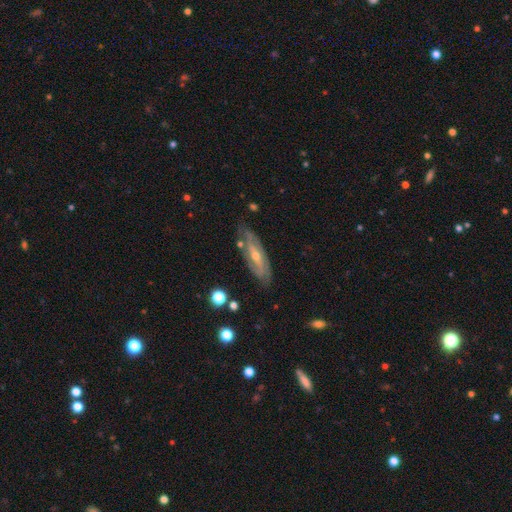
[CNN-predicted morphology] type=featured or disk (79%); edge-on=no (78%); bar=no (38%); spiral arms=yes (85%); winding=tight (52%); arm count=2 (56%); bulge=small (54%); merging=none (74%).